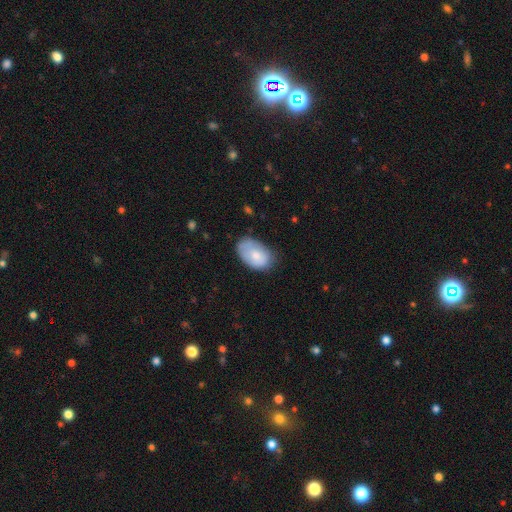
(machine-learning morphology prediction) smooth 74%, featured or disk 20%, star or artifact 6%. Down the decision tree: how rounded — in between (91%); merging — none (61%).